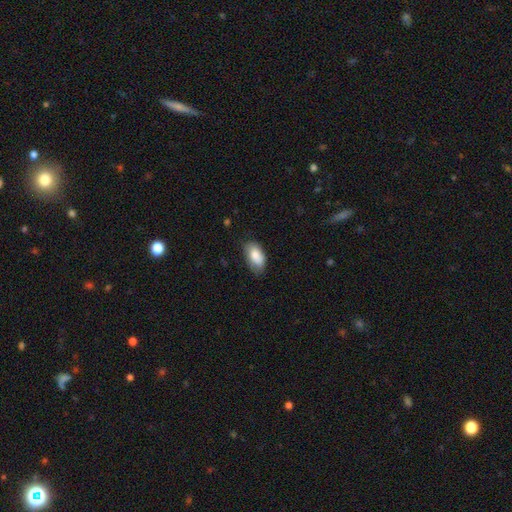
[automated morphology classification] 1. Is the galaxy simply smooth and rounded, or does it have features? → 82% smooth, 12% featured or disk, 7% star or artifact.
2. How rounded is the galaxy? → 94% in between, 4% round, 3% cigar-shaped.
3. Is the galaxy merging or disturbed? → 67% none, 27% minor disturbance, 5% major disturbance, 1% merger.